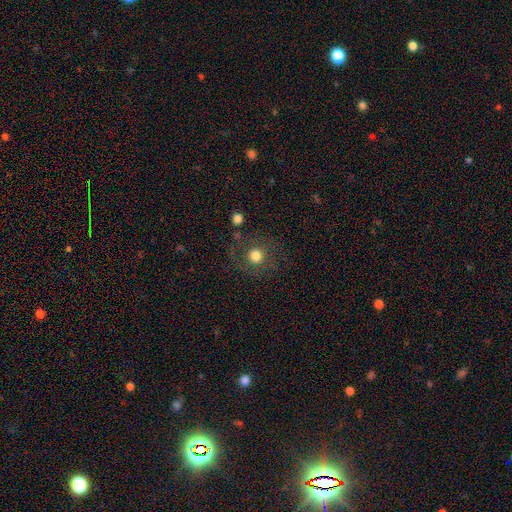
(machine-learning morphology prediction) A smooth galaxy with no disk features (72%) that is round (93%). Merging: none (77%).